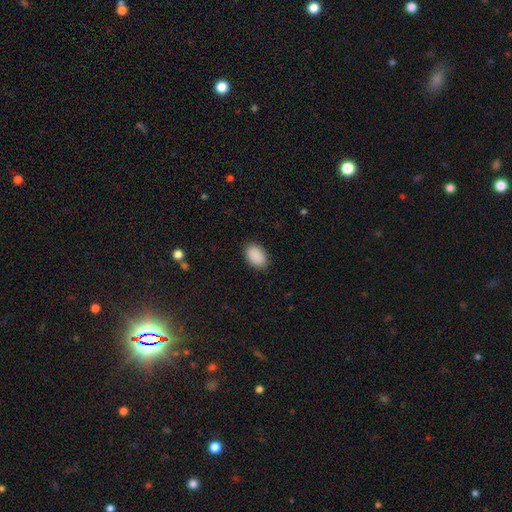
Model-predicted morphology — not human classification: A smooth galaxy with no disk features (91%) that is in between round and cigar-shaped (88%). Merging: none (89%).